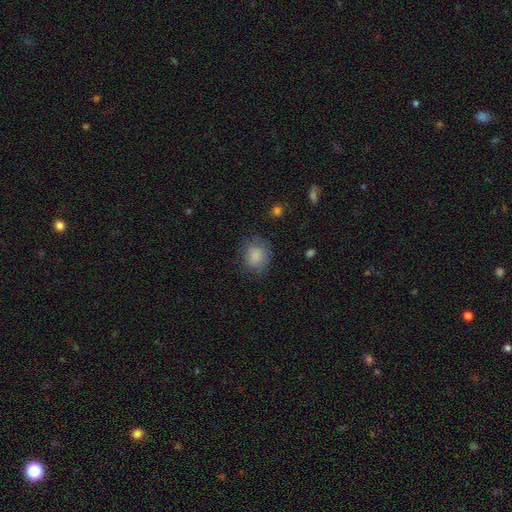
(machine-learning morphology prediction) A smooth galaxy with no disk features (85%) that is round (69%).

Vote fractions:
- Smooth or featured? smooth: 85% / star or artifact: 8% / featured or disk: 7%
- How rounded? round: 69% / in between: 30% / cigar-shaped: 1%
- Merging? none: 74% / minor disturbance: 18% / major disturbance: 6% / merger: 1%